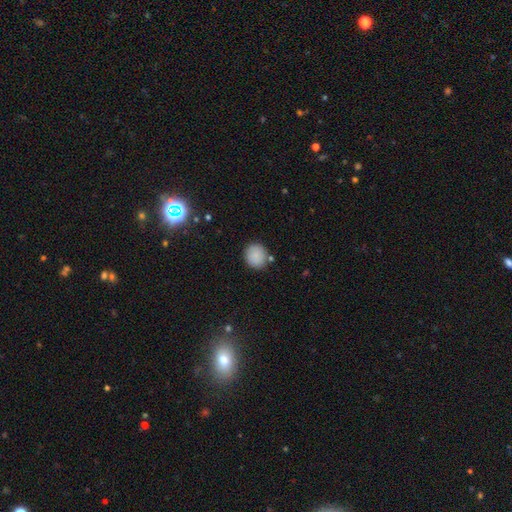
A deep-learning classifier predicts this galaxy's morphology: type=smooth (86%); roundness=round (85%); merging=none (84%).